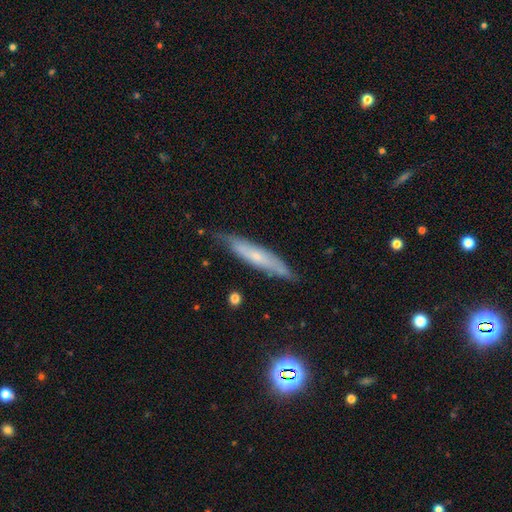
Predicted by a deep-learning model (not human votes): Smooth or featured: featured or disk — 48% (smooth — 44%)
Merging: none — 73% (minor disturbance — 21%)